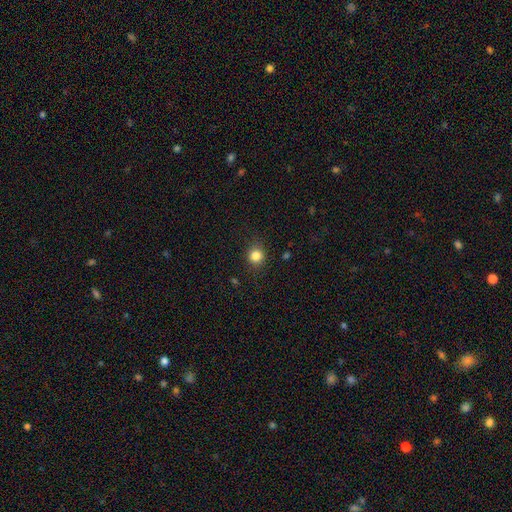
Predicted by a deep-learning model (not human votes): Smooth or featured? smooth (83%)
How rounded? round (85%)
Merging? none (86%)